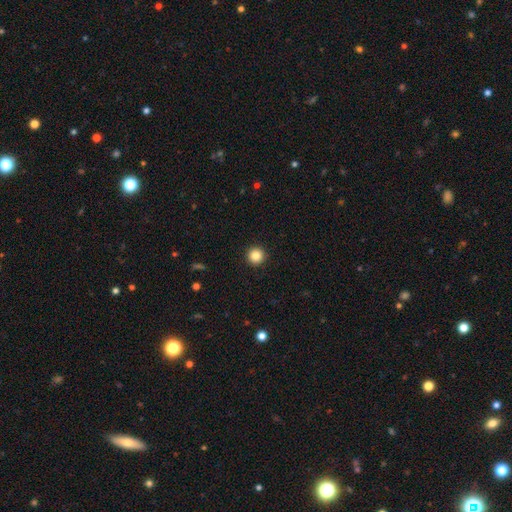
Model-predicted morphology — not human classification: The model was most divided on "smooth or featured": smooth: 84%, star or artifact: 11%, featured or disk: 5%. More confident: how rounded — round (96%); merging — none (94%).